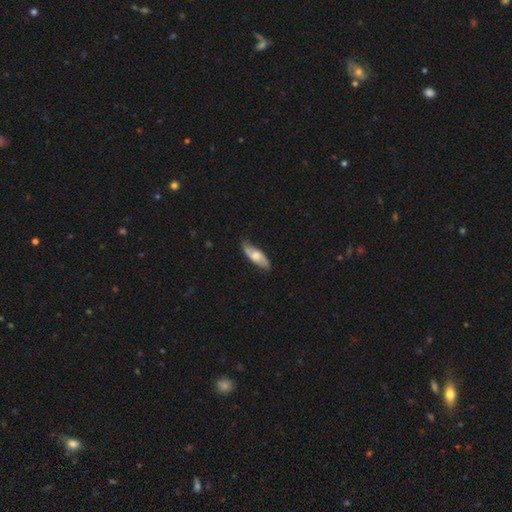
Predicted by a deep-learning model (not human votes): Overall: smooth (52%; featured or disk 42%). How rounded: in between (63%; cigar-shaped 34%). Merging: none (77%).